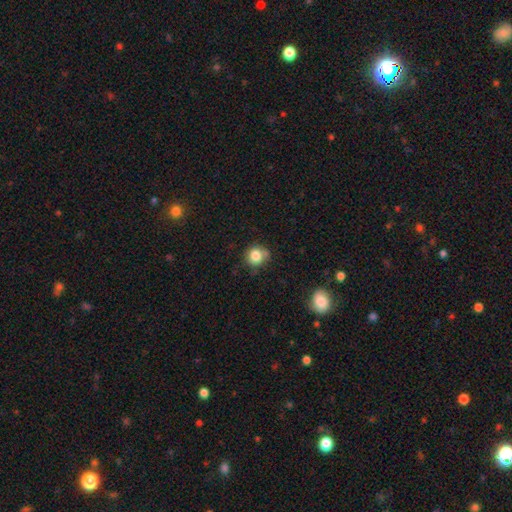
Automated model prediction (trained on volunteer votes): Smooth or featured? Predicted: smooth (p=0.83). How rounded? Predicted: round (p=0.84). Merging? Predicted: none (p=0.67).